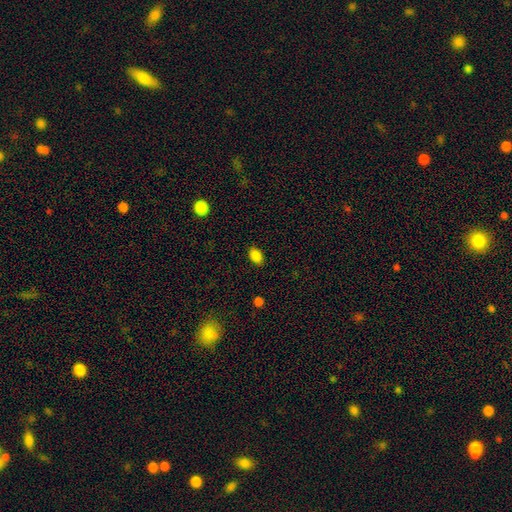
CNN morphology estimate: smooth_or_featured: smooth (p=0.87) [alt: star or artifact p=0.09]
how_rounded: in between (p=0.85) [alt: round p=0.13]
merging: none (p=0.87) [alt: minor disturbance p=0.10]